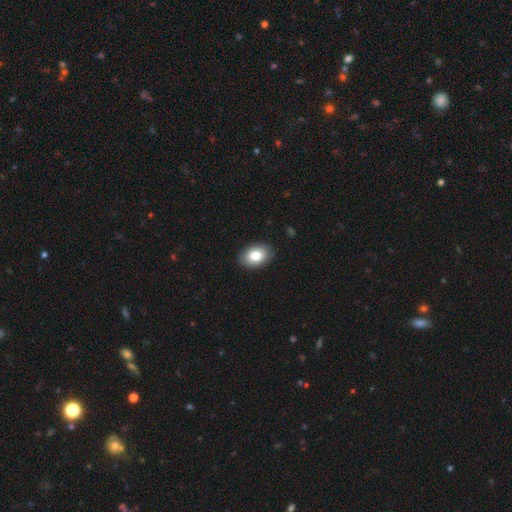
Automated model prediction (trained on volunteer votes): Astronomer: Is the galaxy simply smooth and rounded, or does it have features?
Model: smooth — 82%.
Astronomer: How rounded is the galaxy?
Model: in between — 86%.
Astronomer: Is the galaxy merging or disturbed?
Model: none — 89%.